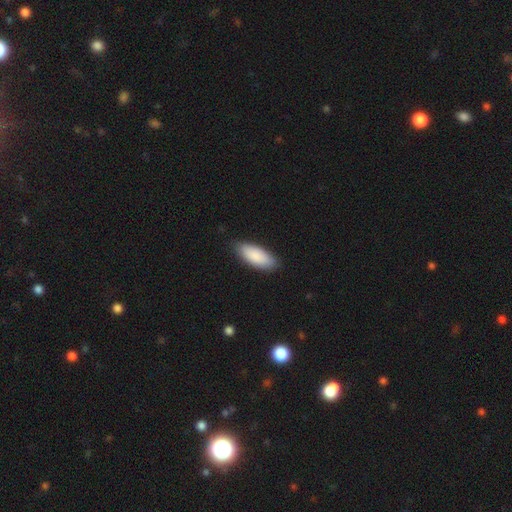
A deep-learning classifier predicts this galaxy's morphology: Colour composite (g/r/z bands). It shows a smooth galaxy with no disk features (88%) that is in between round and cigar-shaped (80%). Merging: none (85%).